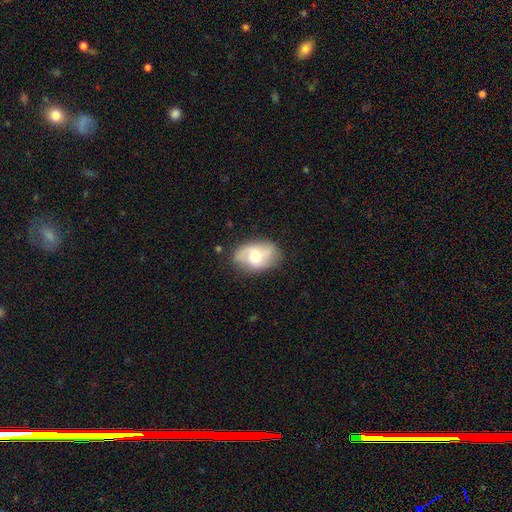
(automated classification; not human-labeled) featured or disk 48%, smooth 45%, star or artifact 7%. Down the decision tree: merging — none (72%).